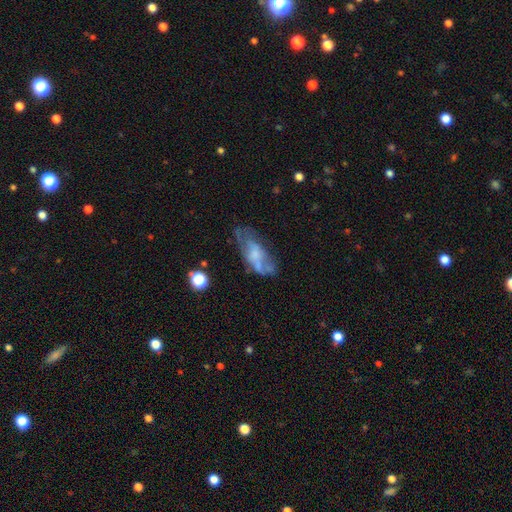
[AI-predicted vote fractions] Q: Smooth or featured?
A: featured or disk (50%); runner-up: smooth (41%)
Q: Merging?
A: none (41%); runner-up: minor disturbance (27%)